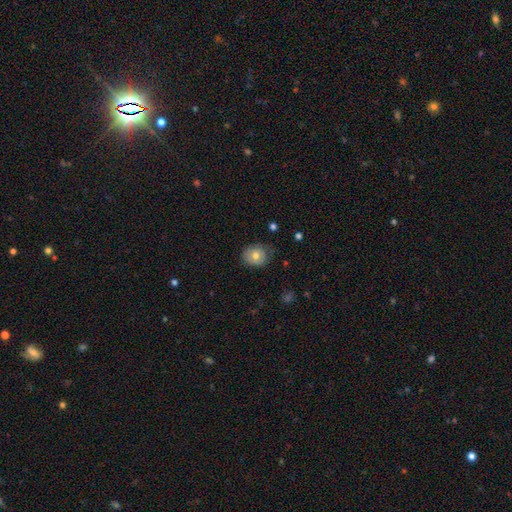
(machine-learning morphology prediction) A smooth galaxy with no disk features (70%) that is round (70%).

Vote fractions:
- Smooth or featured? smooth: 70% / featured or disk: 21% / star or artifact: 9%
- How rounded? round: 70% / in between: 29% / cigar-shaped: 1%
- Merging? none: 72% / minor disturbance: 22% / major disturbance: 5% / merger: 1%